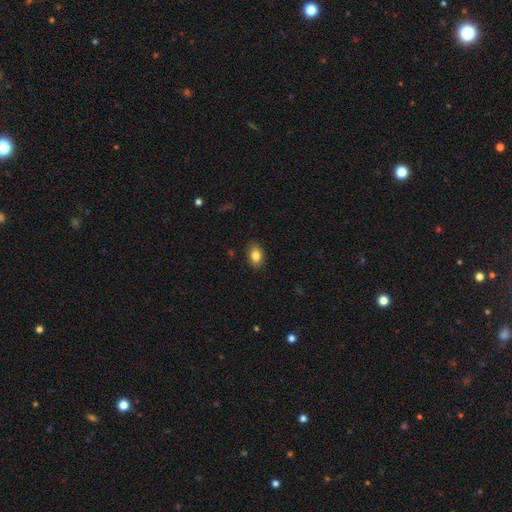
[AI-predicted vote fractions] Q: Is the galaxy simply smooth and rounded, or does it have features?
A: smooth — 84%.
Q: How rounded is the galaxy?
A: in between — 79%.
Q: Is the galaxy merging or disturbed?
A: none — 86%.